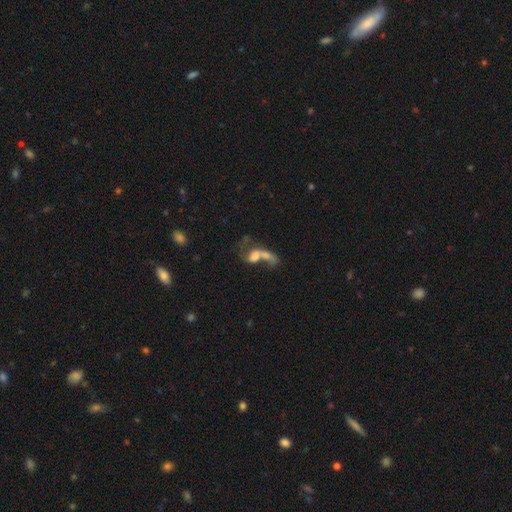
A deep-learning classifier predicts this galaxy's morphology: Smooth or featured?
  - smooth: 45% *
  - featured or disk: 43%
  - star or artifact: 12%
Merging?
  - merger: 68% *
  - major disturbance: 15%
  - none: 11%
  - minor disturbance: 5%